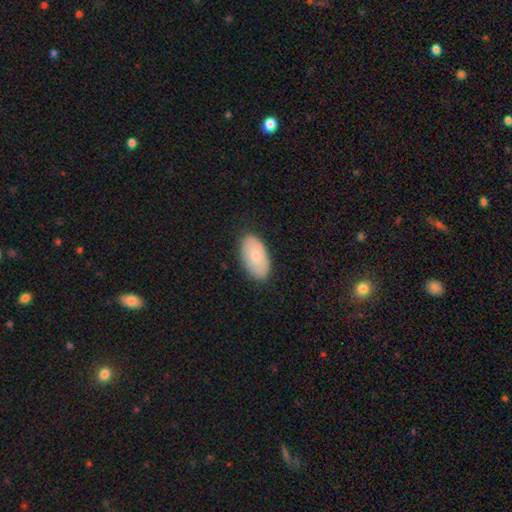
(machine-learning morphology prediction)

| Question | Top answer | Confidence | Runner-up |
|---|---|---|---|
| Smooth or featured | smooth | 76% | featured or disk (18%) |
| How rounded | in between | 95% | round (3%) |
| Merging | none | 86% | minor disturbance (11%) |